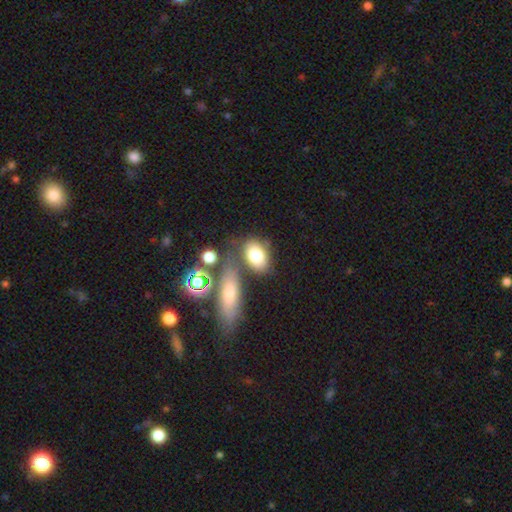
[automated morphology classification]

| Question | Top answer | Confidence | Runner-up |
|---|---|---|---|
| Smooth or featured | smooth | 78% | featured or disk (13%) |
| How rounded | in between | 80% | round (18%) |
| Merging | none | 59% | merger (19%) |